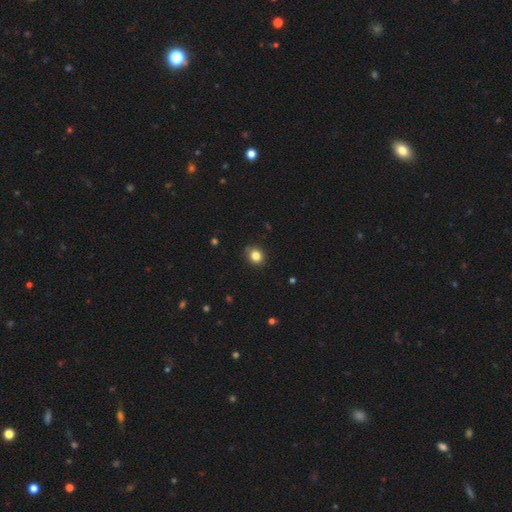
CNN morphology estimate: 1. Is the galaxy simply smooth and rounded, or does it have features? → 83% smooth, 11% star or artifact, 5% featured or disk.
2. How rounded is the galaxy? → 76% round, 23% in between, 1% cigar-shaped.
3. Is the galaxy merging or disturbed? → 85% none, 11% minor disturbance, 2% major disturbance, 1% merger.